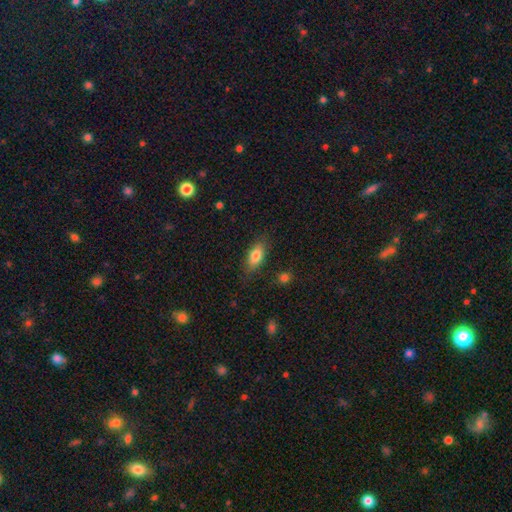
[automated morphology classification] smooth 80%, featured or disk 12%, star or artifact 8%. Down the decision tree: how rounded — in between (84%); merging — none (82%).